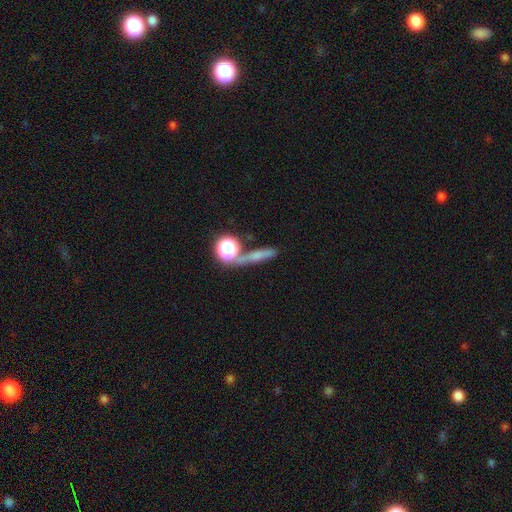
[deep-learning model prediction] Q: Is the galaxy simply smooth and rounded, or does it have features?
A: smooth — 50%.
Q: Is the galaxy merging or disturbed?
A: none — 64%.